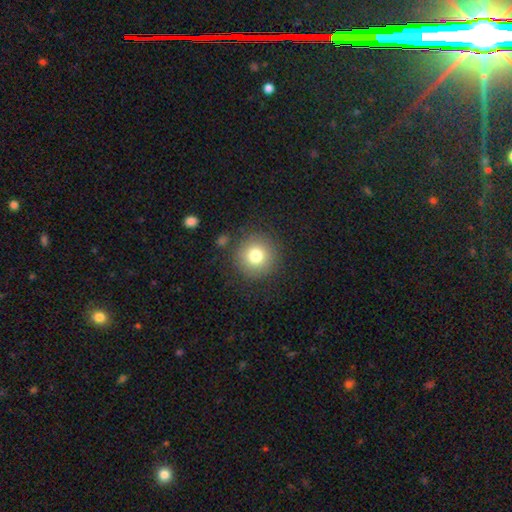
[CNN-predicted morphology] Smooth or featured?
  - smooth: 78% *
  - star or artifact: 12%
  - featured or disk: 10%
How rounded?
  - round: 95% *
  - in between: 4%
  - cigar-shaped: 1%
Merging?
  - none: 86% *
  - minor disturbance: 8%
  - major disturbance: 4%
  - merger: 2%